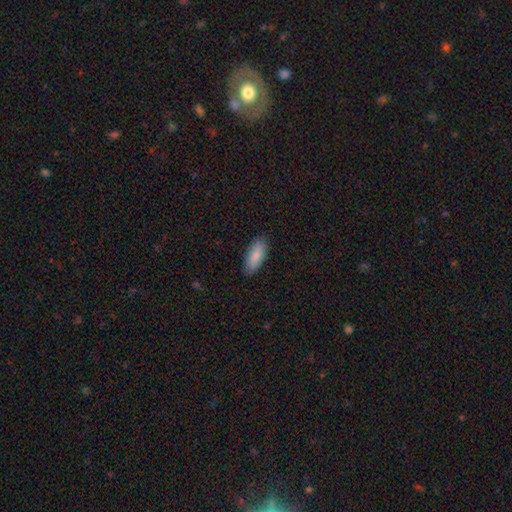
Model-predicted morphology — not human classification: A smooth galaxy with no disk features (86%) that is in between round and cigar-shaped (80%). Merging: none (88%).